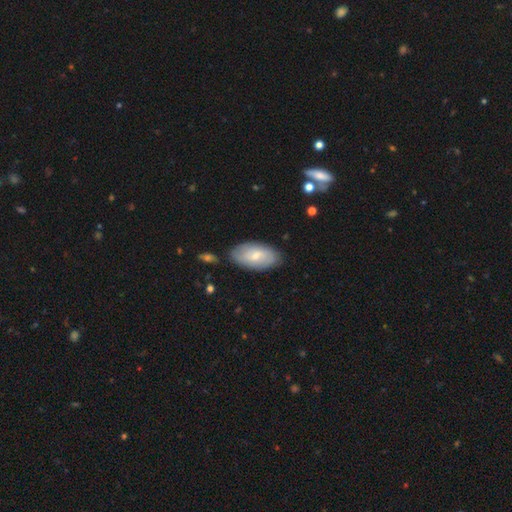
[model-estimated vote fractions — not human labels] Smooth or featured: smooth — 56% (featured or disk — 38%)
How rounded: in between — 94% (cigar-shaped — 3%)
Merging: none — 81% (minor disturbance — 14%)